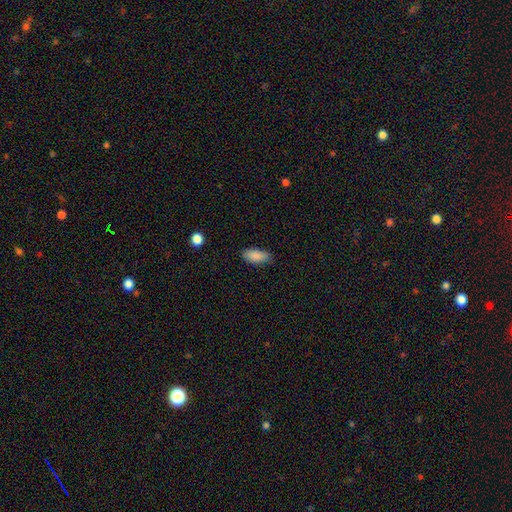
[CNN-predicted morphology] smooth-or-featured: smooth: 88% | star or artifact: 7% | featured or disk: 5%
  how-rounded: in between: 86% | cigar-shaped: 12% | round: 2%
  merging: none: 81% | minor disturbance: 15% | major disturbance: 3% | merger: 1%